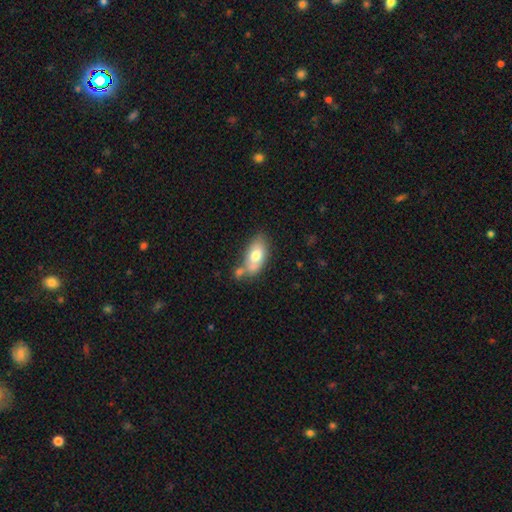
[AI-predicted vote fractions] smooth 70%, featured or disk 23%, star or artifact 7%. Down the decision tree: how rounded — in between (90%); merging — none (45%).